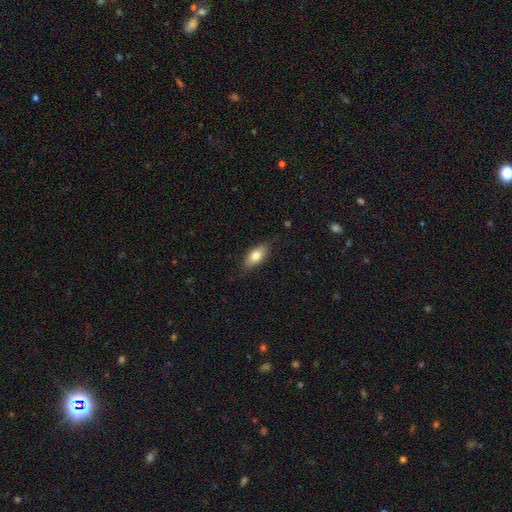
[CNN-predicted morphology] Smooth or featured? smooth (77%)
How rounded? in between (86%)
Merging? none (80%)